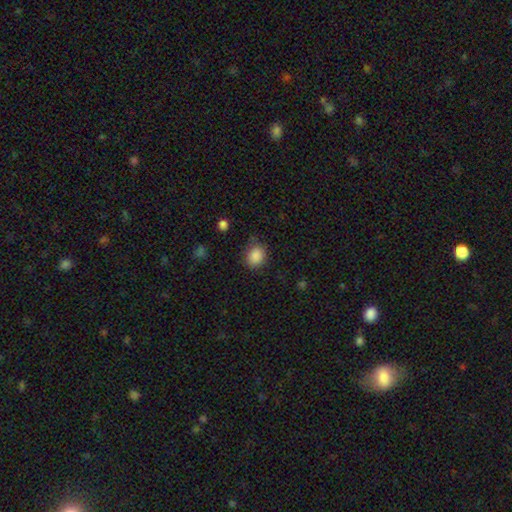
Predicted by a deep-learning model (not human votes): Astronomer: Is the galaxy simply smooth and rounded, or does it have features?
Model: smooth — 87%.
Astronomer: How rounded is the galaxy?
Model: round — 67%.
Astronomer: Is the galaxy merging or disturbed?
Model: none — 77%.